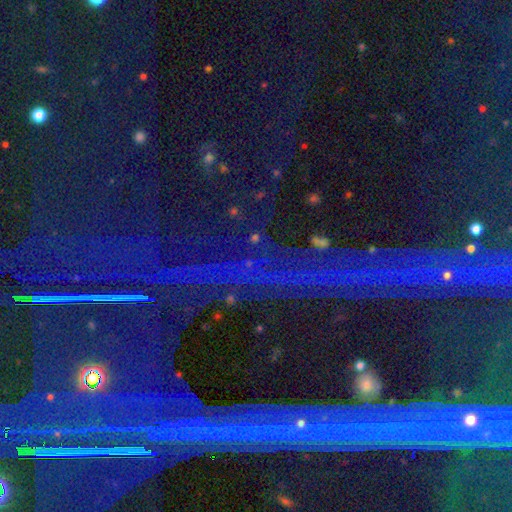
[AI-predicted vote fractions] Smooth or featured?
  - star or artifact: 87% *
  - featured or disk: 7%
  - smooth: 6%